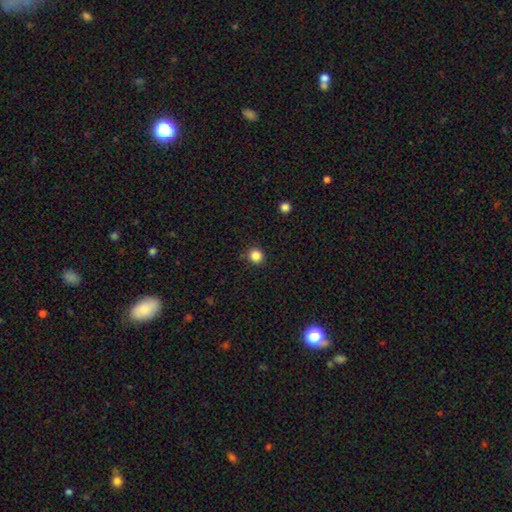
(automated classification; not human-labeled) smooth_or_featured: smooth (p=0.85) [alt: star or artifact p=0.11]
how_rounded: round (p=0.90) [alt: in between p=0.09]
merging: none (p=0.89) [alt: minor disturbance p=0.07]